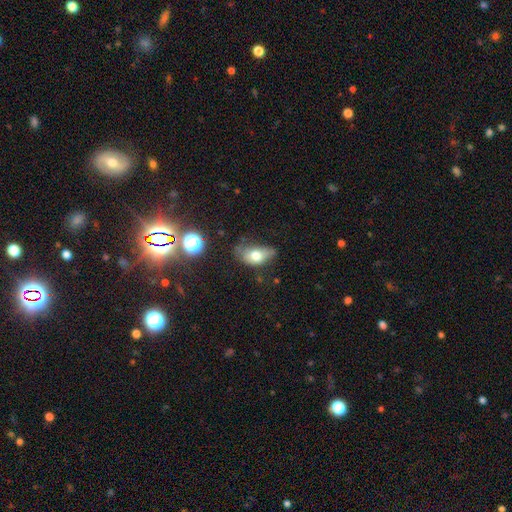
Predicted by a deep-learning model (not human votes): Smooth or featured? smooth (68%)
How rounded? in between (86%)
Merging? minor disturbance (40%)